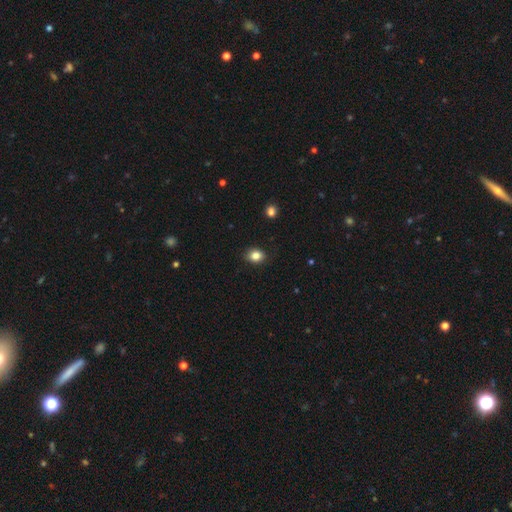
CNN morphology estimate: Smooth or featured? smooth (84%)
How rounded? in between (51%)
Merging? none (87%)